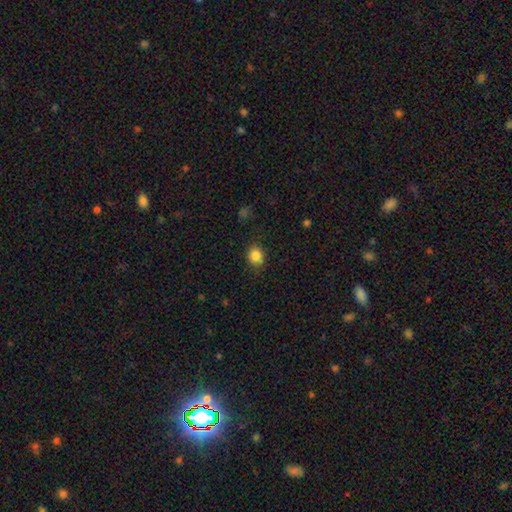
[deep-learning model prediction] This appears to be a smooth galaxy with no disk features (86%) that is round (66%). Merging: none (85%).